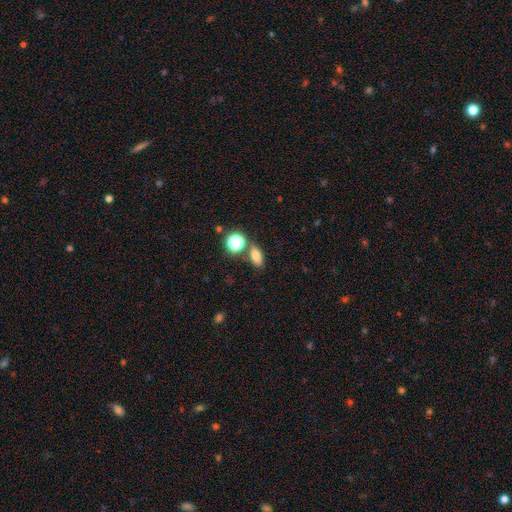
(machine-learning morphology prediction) Overall: smooth (76%). How rounded: in between (77%). Merging: none (74%).